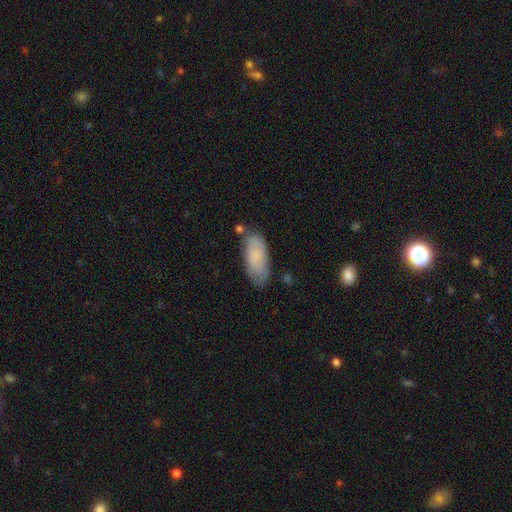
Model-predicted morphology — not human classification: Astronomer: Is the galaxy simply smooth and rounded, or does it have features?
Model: smooth — 77%.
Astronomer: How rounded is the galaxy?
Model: in between — 85%.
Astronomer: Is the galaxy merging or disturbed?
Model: none — 66%.